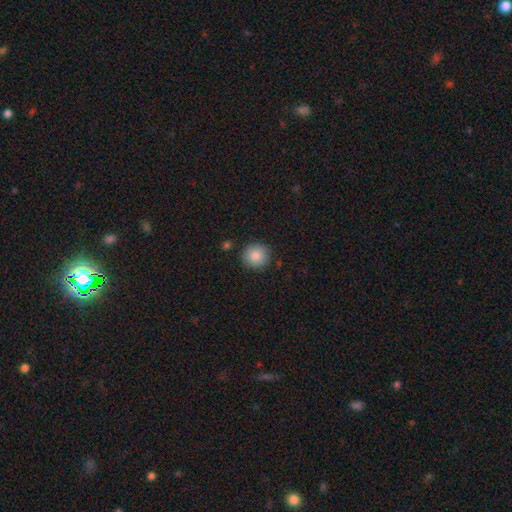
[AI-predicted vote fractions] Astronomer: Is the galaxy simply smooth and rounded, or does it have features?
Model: smooth — 87%.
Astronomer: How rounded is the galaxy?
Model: round — 93%.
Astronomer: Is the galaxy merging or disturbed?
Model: none — 89%.